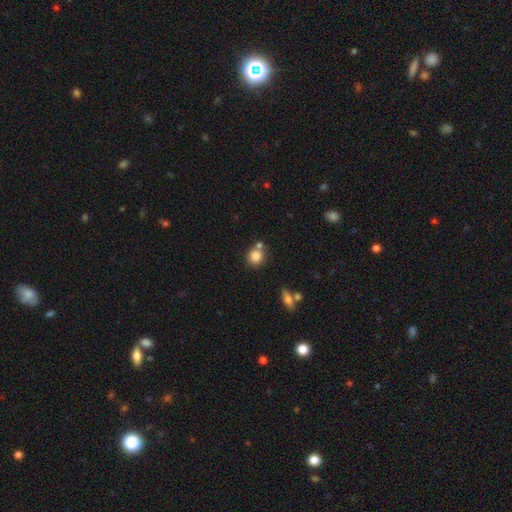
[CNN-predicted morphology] Overall: smooth (84%). How rounded: round (86%). Merging: none (62%; merger 24%).